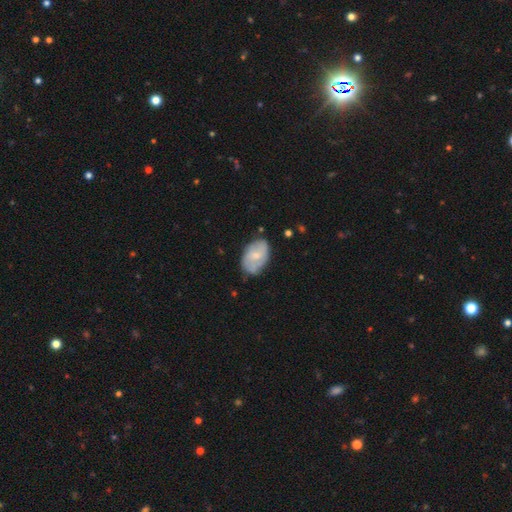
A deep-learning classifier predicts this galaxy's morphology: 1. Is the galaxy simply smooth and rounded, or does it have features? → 52% smooth, 42% featured or disk, 6% star or artifact.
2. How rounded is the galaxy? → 89% in between, 10% round, 1% cigar-shaped.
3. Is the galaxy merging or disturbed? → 67% none, 25% minor disturbance, 6% major disturbance, 2% merger.